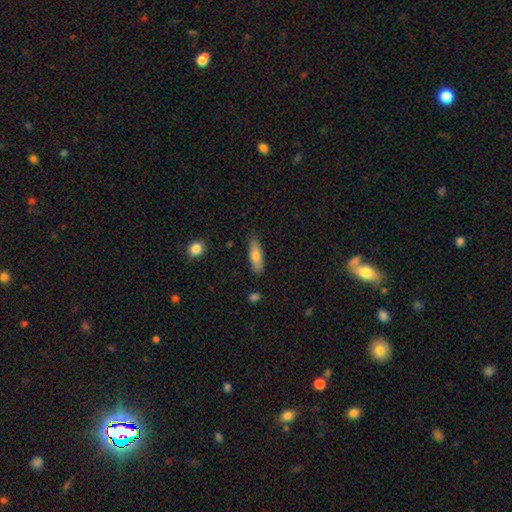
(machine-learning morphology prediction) smooth-or-featured: smooth: 75% | featured or disk: 18% | star or artifact: 6%
  how-rounded: in between: 54% | cigar-shaped: 44% | round: 2%
  merging: none: 84% | minor disturbance: 12% | major disturbance: 2% | merger: 2%